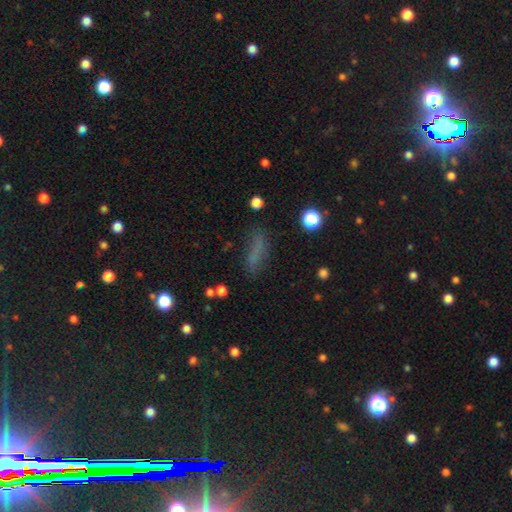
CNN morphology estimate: smooth 64%, star or artifact 20%, featured or disk 16%. Down the decision tree: how rounded — cigar-shaped (57%); merging — none (67%).